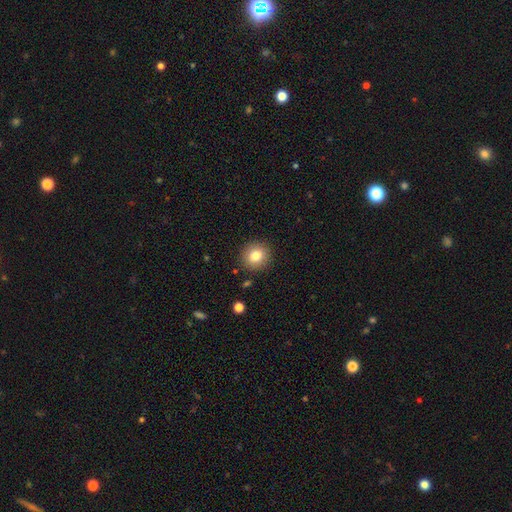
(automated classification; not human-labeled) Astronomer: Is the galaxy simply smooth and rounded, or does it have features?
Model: smooth — 80%.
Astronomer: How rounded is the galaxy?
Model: round — 88%.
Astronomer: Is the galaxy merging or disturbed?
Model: none — 90%.